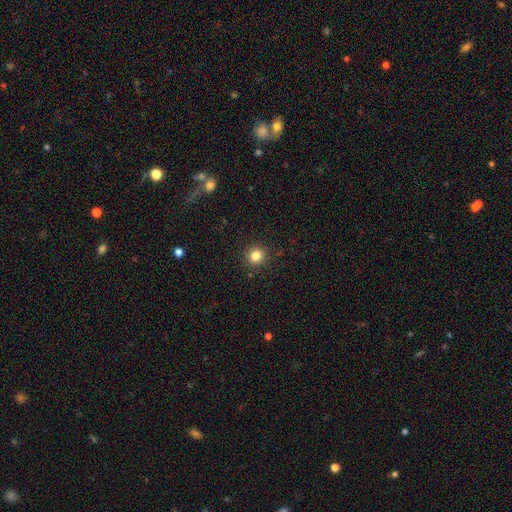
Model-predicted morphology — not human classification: Q: Smooth or featured?
A: smooth (82%); runner-up: star or artifact (12%)
Q: How rounded?
A: round (92%); runner-up: in between (7%)
Q: Merging?
A: none (91%); runner-up: minor disturbance (6%)